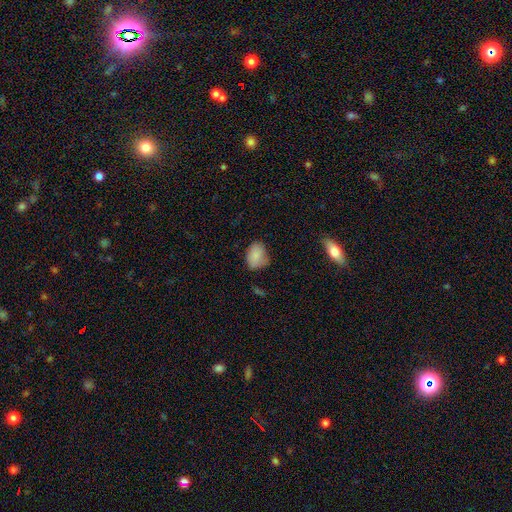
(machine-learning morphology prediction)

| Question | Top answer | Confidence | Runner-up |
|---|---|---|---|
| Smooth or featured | smooth | 85% | star or artifact (8%) |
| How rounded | in between | 67% | round (32%) |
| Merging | none | 59% | minor disturbance (32%) |